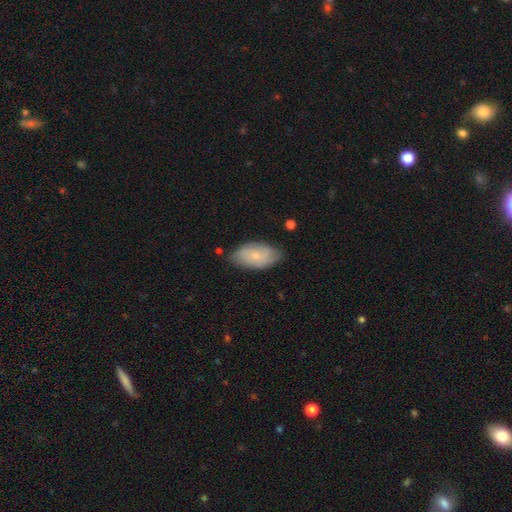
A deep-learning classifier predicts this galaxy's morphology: Smooth or featured? smooth (52%)
How rounded? in between (93%)
Merging? none (75%)